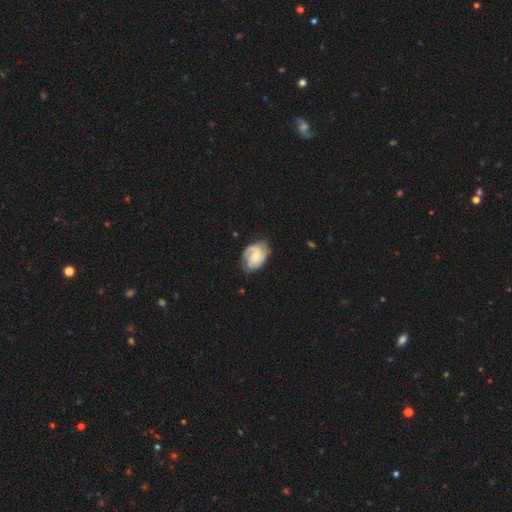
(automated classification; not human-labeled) Smooth or featured? featured or disk (78%)
Edge-on disk? no (98%)
Bar? no (54%)
Spiral arms? yes (96%)
Spiral winding? tight (47%)
Spiral arm count? 2 (61%)
Bulge size? small (51%)
Merging? none (69%)